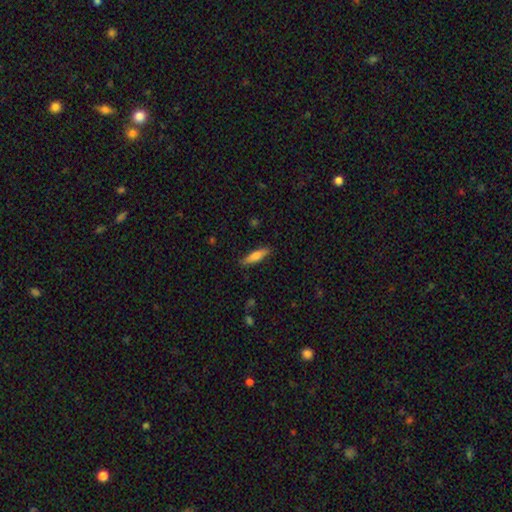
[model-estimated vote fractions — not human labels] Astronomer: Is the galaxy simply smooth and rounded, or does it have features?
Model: smooth — 70%.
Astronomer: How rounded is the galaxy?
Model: cigar-shaped — 69%.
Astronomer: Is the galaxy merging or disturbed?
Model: none — 85%.